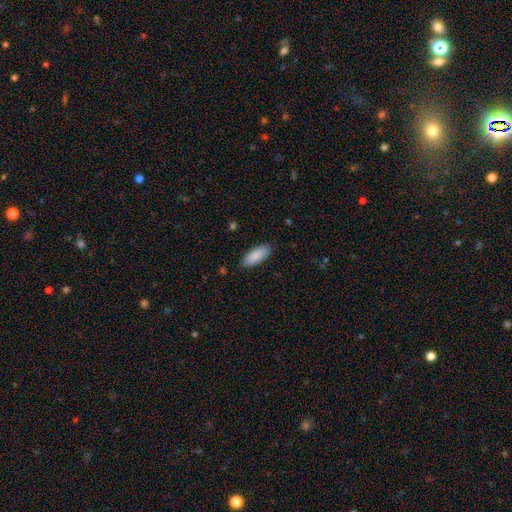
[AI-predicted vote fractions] A smooth galaxy with no disk features (89%) that is in between round and cigar-shaped (81%). Merging: none (87%).